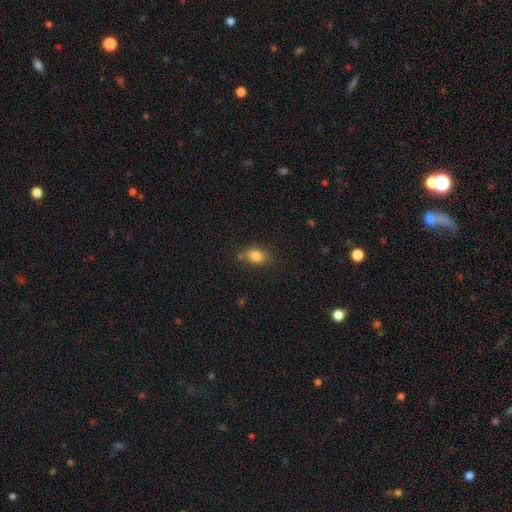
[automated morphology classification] This appears to be a smooth galaxy with no disk features (84%) that is in between round and cigar-shaped (64%). Merging: none (72%).